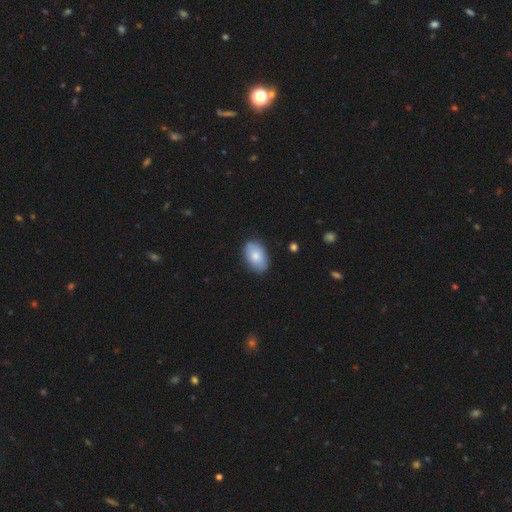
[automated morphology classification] smooth-or-featured: smooth: 79% | featured or disk: 14% | star or artifact: 6%
  how-rounded: in between: 92% | round: 7% | cigar-shaped: 1%
  merging: none: 83% | minor disturbance: 13% | major disturbance: 2% | merger: 1%